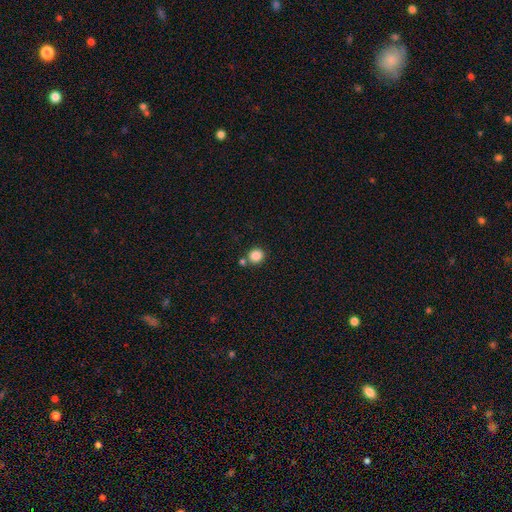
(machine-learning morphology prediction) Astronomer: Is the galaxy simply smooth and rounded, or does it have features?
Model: smooth — 86%.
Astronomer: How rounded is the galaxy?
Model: round — 88%.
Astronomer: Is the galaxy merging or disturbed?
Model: none — 75%.